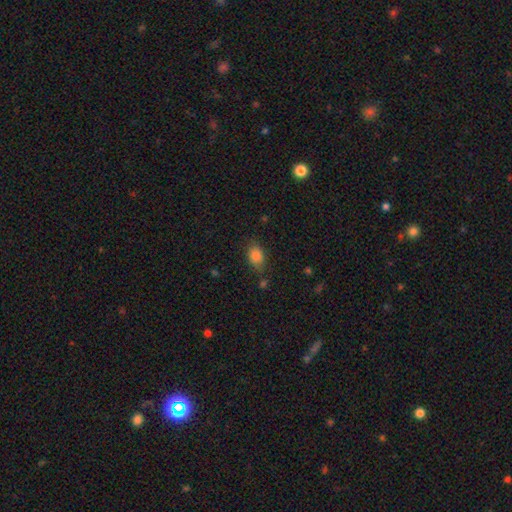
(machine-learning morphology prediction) smooth_or_featured: smooth (p=0.85) [alt: star or artifact p=0.09]
how_rounded: in between (p=0.83) [alt: round p=0.15]
merging: none (p=0.75) [alt: minor disturbance p=0.17]